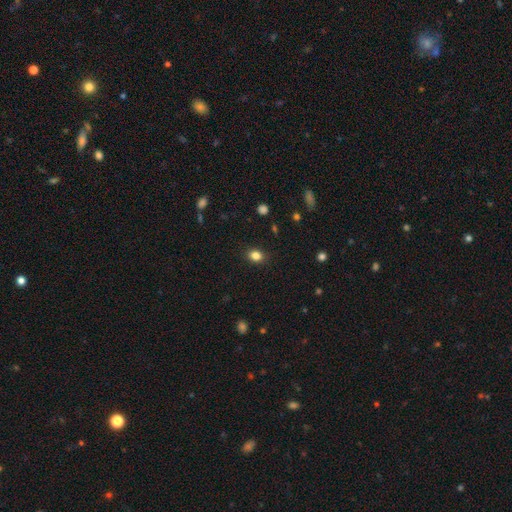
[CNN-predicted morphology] A smooth galaxy with no disk features (84%) that is in between round and cigar-shaped (60%). Merging: none (87%).